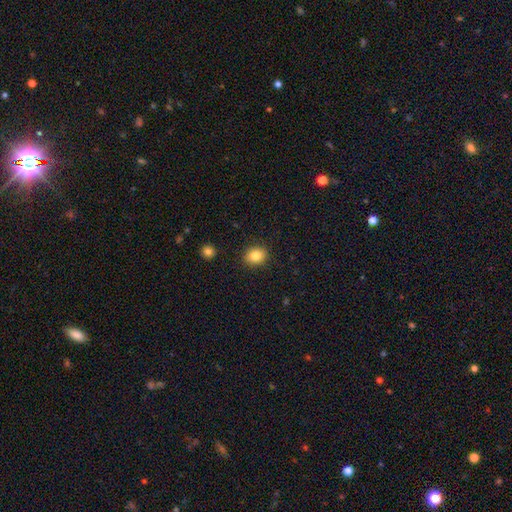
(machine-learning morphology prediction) type=smooth (84%); roundness=round (52%); merging=none (89%).